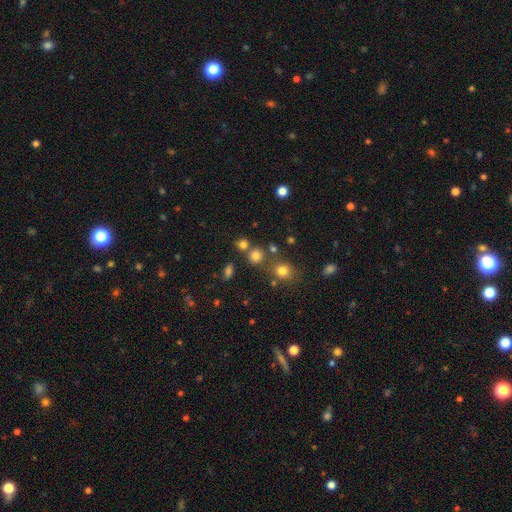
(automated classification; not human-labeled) A smooth galaxy with no disk features (75%) that is round (85%). Merging: none (70%).